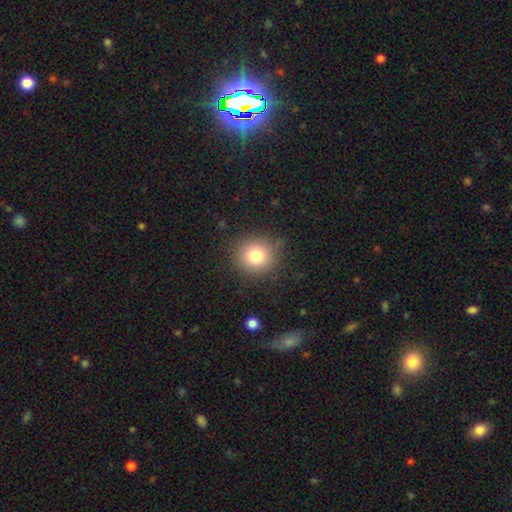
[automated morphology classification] Smooth or featured: smooth — 78% (star or artifact — 12%)
How rounded: round — 91% (in between — 8%)
Merging: none — 83% (minor disturbance — 11%)